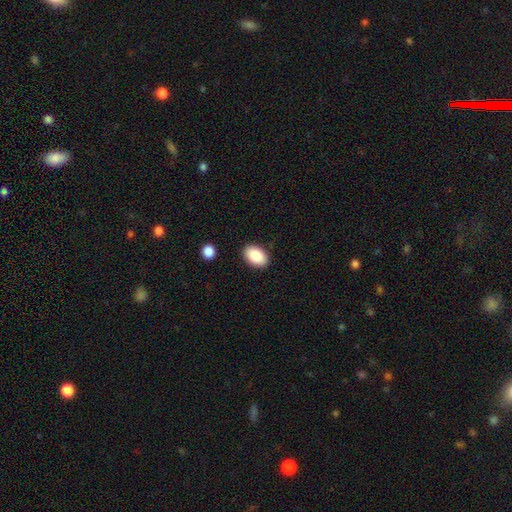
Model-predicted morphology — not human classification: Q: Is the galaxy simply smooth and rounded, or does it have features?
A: smooth — 89%.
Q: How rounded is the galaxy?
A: in between — 90%.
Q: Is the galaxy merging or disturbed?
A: none — 88%.